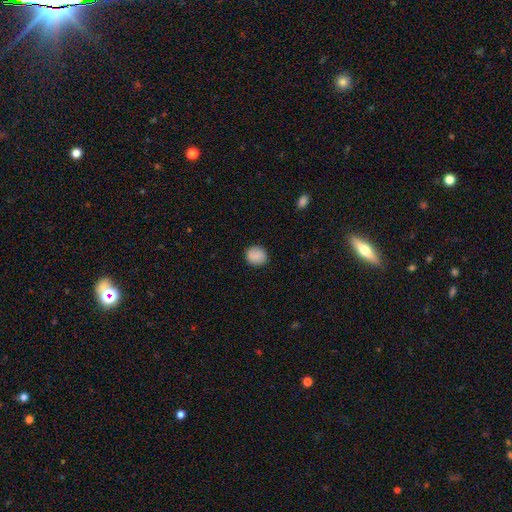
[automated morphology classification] smooth_or_featured: smooth (p=0.87) [alt: star or artifact p=0.08]
how_rounded: round (p=0.84) [alt: in between p=0.15]
merging: none (p=0.88) [alt: minor disturbance p=0.09]